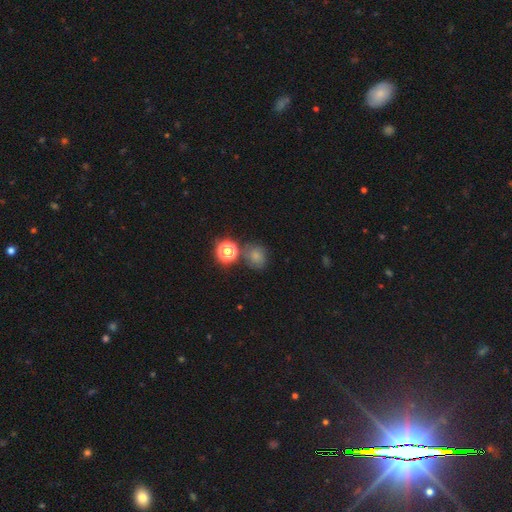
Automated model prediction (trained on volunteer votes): A smooth galaxy with no disk features (71%) that is round (76%). Merging: none (66%).